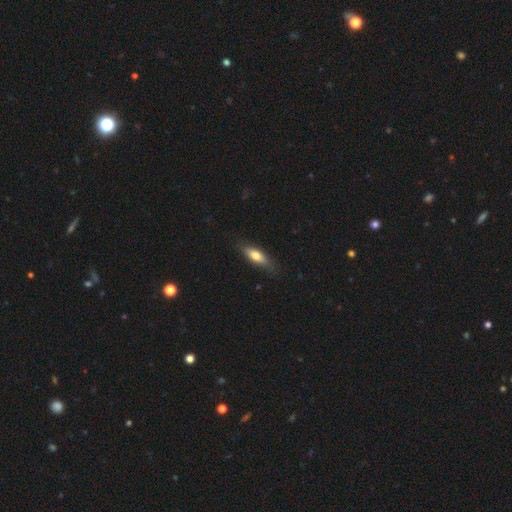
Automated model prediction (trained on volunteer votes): The model was most divided on "how rounded": in between: 59%, cigar-shaped: 38%, round: 3%. More confident: merging — none (77%); smooth or featured — smooth (70%).